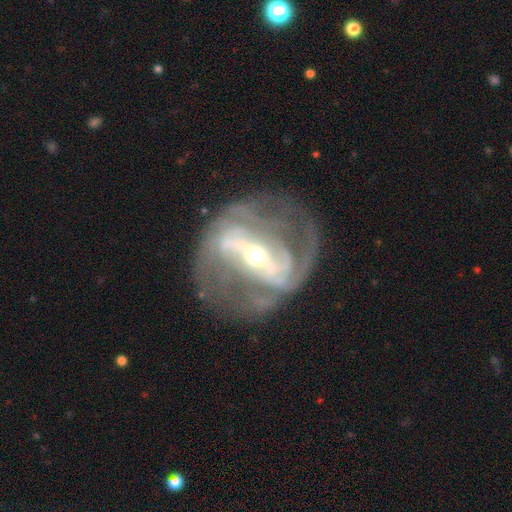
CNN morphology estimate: Smooth or featured: featured or disk — 89% (star or artifact — 6%)
Edge-on disk: no — 94% (yes — 6%)
Bar: strong — 72% (weak — 21%)
Spiral arms: yes — 89% (no — 11%)
Spiral winding: medium — 40% (tight — 39%)
Spiral arm count: 2 — 49% (can't tell — 23%)
Bulge size: moderate — 47% (tied with small — 47%)
Merging: none — 62% (major disturbance — 19%)